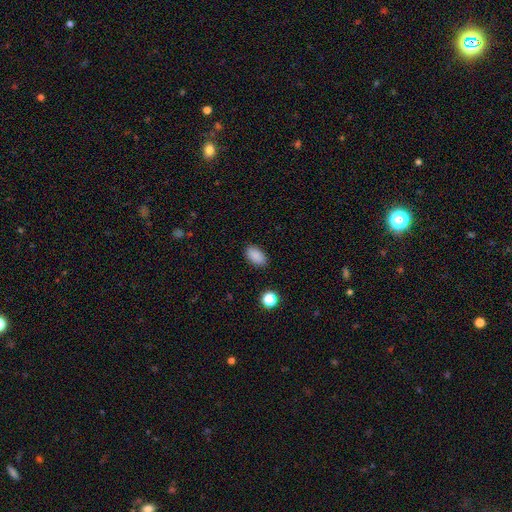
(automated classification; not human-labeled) smooth 88%, star or artifact 9%, featured or disk 3%. Down the decision tree: how rounded — in between (92%); merging — none (87%).